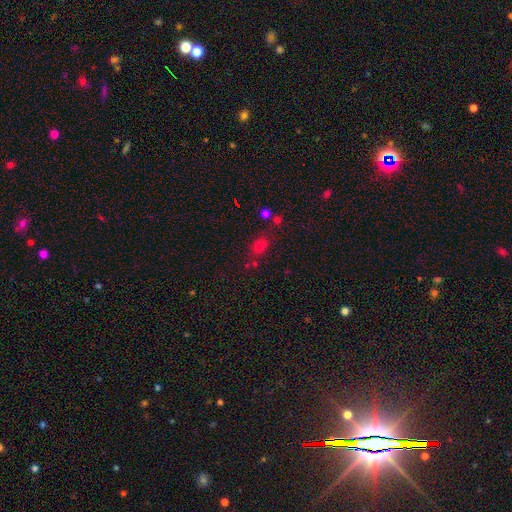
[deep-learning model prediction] smooth-or-featured: smooth: 50% | star or artifact: 39% | featured or disk: 11%
  how-rounded: round: 64% | in between: 32% | cigar-shaped: 4%
  merging: none: 71% | minor disturbance: 12% | merger: 12% | major disturbance: 5%